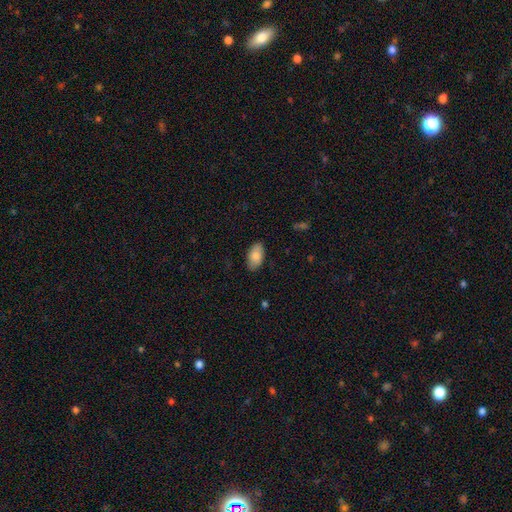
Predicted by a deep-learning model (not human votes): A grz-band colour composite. It shows a smooth galaxy with no disk features (84%) that is in between round and cigar-shaped (95%). Merging: none (86%).